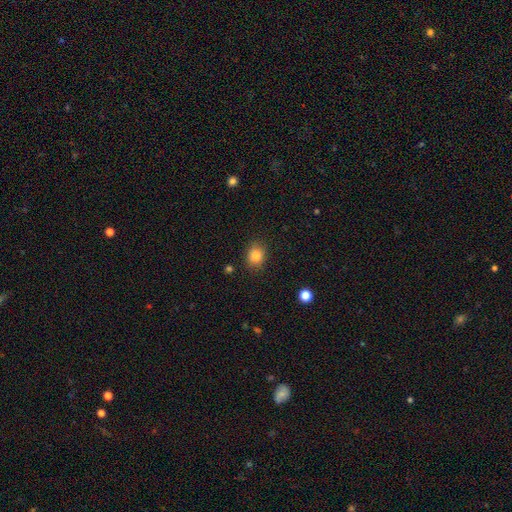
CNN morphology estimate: A smooth galaxy with no disk features (84%) that is round (51%).

Vote fractions:
- Smooth or featured? smooth: 84% / star or artifact: 10% / featured or disk: 6%
- How rounded? round: 51% / in between: 48% / cigar-shaped: 1%
- Merging? none: 83% / minor disturbance: 12% / major disturbance: 3% / merger: 2%